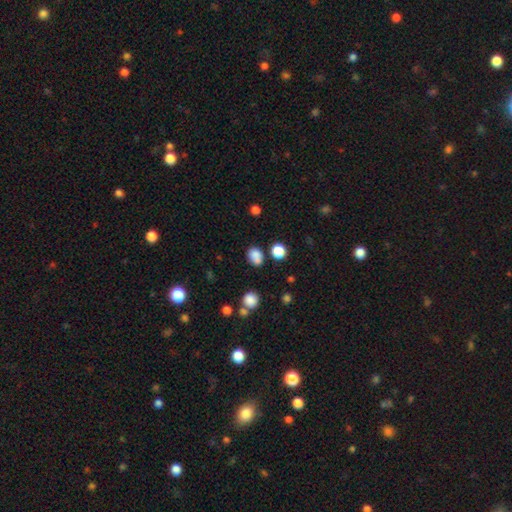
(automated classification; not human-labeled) Smooth or featured? smooth (81%)
How rounded? in between (52%)
Merging? none (61%)